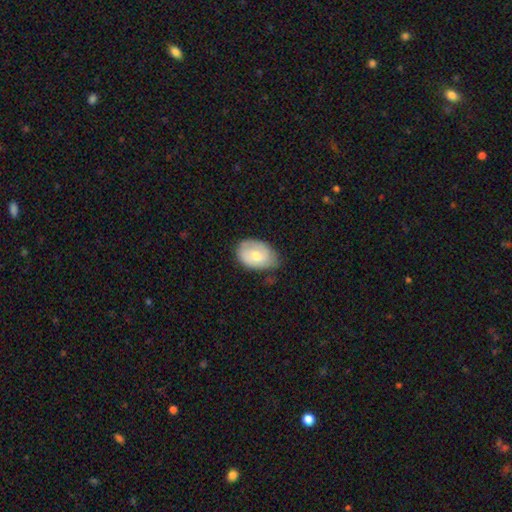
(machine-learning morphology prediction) This is likely a smooth galaxy (60%). How rounded: clearly in between (81%). Merging: possibly none (58%).